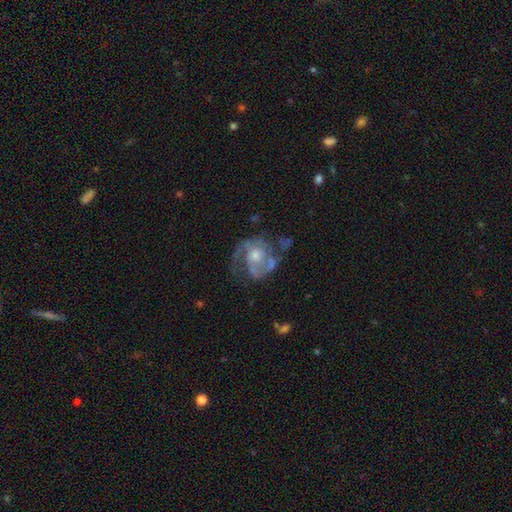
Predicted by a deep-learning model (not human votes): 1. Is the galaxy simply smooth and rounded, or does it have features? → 81% featured or disk, 11% smooth, 7% star or artifact.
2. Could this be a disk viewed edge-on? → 98% no, 2% yes.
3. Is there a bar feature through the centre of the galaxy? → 72% no, 23% weak, 5% strong.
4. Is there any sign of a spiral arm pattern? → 89% yes, 11% no.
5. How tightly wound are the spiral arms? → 48% medium, 34% tight, 18% loose.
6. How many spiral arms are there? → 66% 2, 14% can't tell, 8% 3, 8% 1, 2% 4, 2% more than 4.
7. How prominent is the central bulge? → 55% moderate, 31% small, 8% large, 4% none, 1% dominant.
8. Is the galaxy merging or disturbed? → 55% none, 20% minor disturbance, 20% major disturbance, 5% merger.